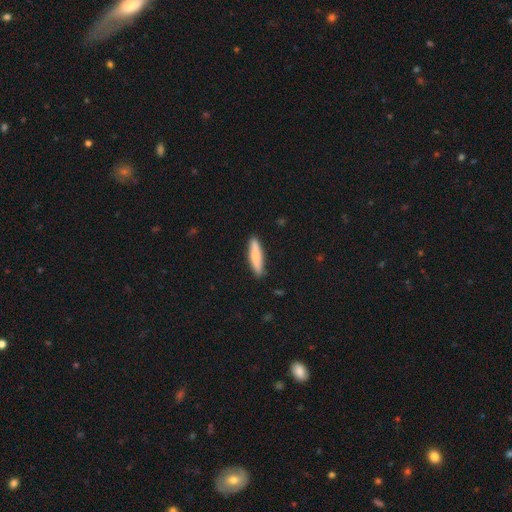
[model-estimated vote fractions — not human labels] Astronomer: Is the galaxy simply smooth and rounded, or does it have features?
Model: smooth — 75%.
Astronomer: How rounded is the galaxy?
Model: cigar-shaped — 80%.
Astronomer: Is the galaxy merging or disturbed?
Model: none — 88%.